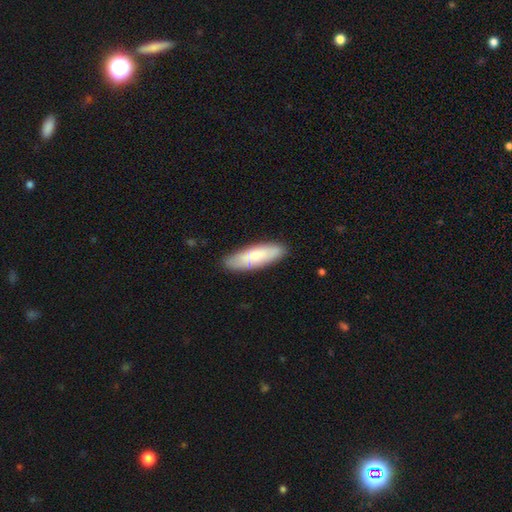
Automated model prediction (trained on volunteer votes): A smooth galaxy with no disk features (74%) that is cigar-shaped (53%).

Vote fractions:
- Smooth or featured? smooth: 74% / featured or disk: 20% / star or artifact: 6%
- How rounded? cigar-shaped: 53% / in between: 45% / round: 2%
- Merging? none: 85% / minor disturbance: 12% / major disturbance: 2% / merger: 1%